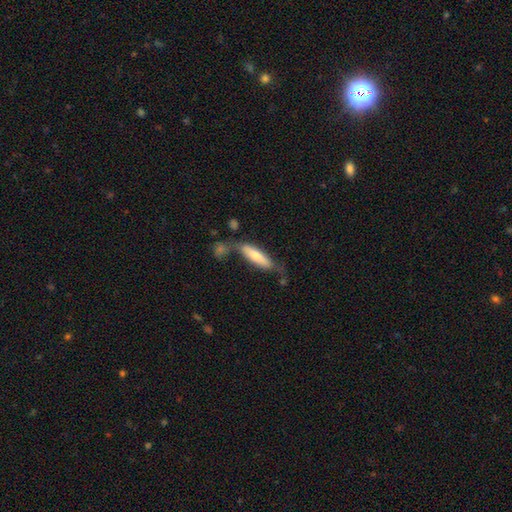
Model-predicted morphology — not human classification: Overall: smooth (66%; featured or disk 28%). How rounded: cigar-shaped (64%; in between 34%). Merging: none (49%; minor disturbance 23%).